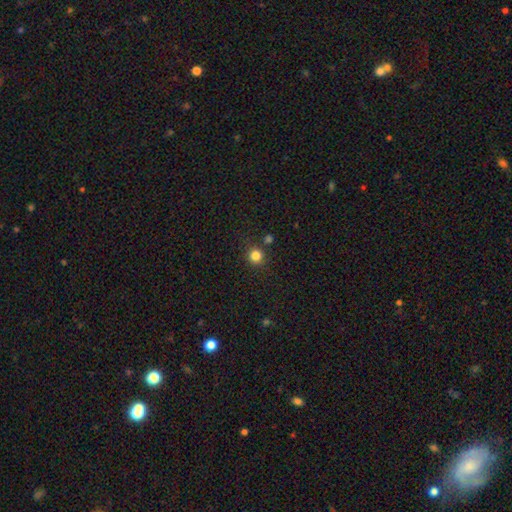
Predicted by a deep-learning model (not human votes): This appears to be a smooth galaxy with no disk features (82%) that is round (93%). Merging: none (84%).